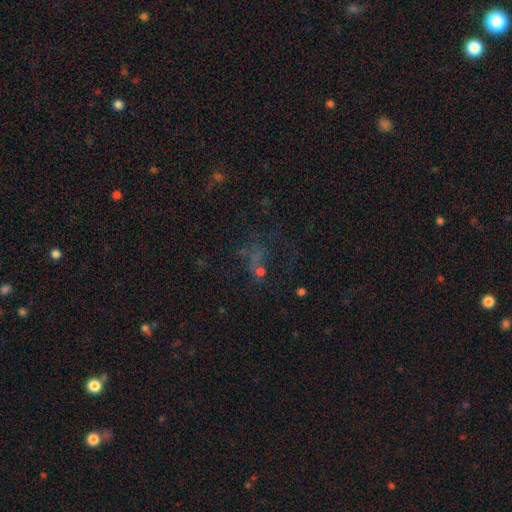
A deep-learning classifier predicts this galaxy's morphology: The model was most divided on "smooth or featured": star or artifact: 43%, smooth: 32%, featured or disk: 26%.